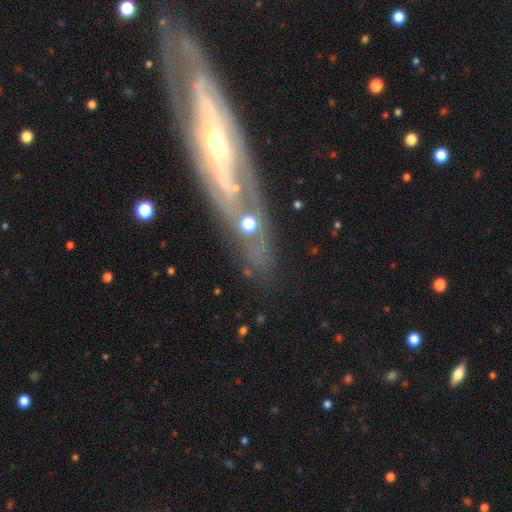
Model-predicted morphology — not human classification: A featured or disk galaxy (70%). Merging: none (63%).